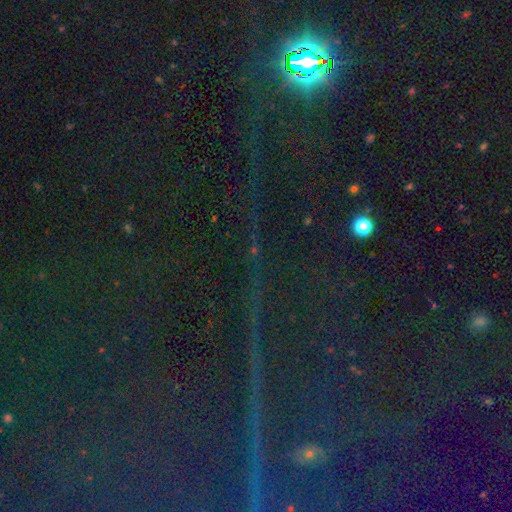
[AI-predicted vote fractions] Morphology: type=star or artifact (87%).